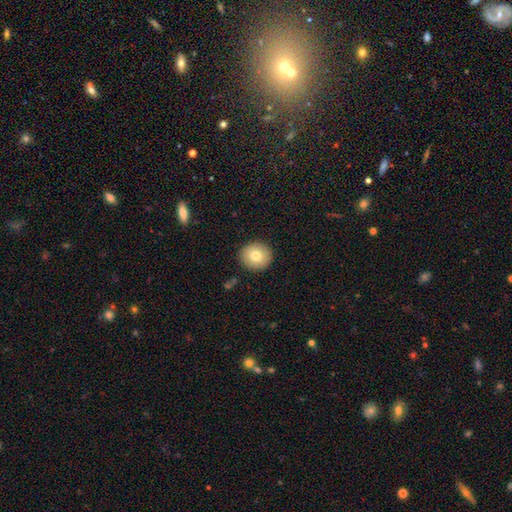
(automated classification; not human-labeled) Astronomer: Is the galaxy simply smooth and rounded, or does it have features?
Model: smooth — 77%.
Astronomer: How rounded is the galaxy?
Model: round — 89%.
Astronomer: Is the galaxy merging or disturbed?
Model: none — 91%.